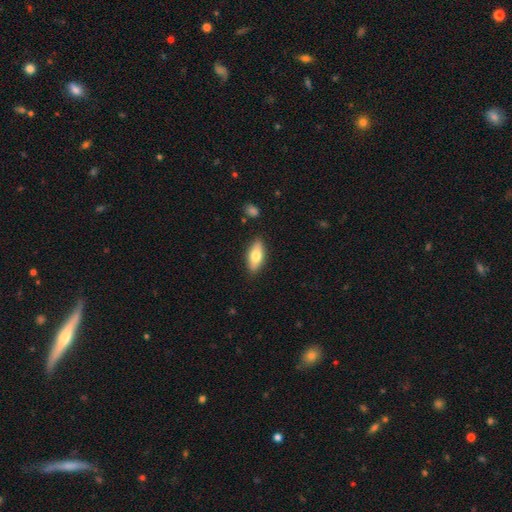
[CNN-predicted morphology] smooth 70%, featured or disk 24%, star or artifact 6%. Down the decision tree: how rounded — in between (81%); merging — none (86%).